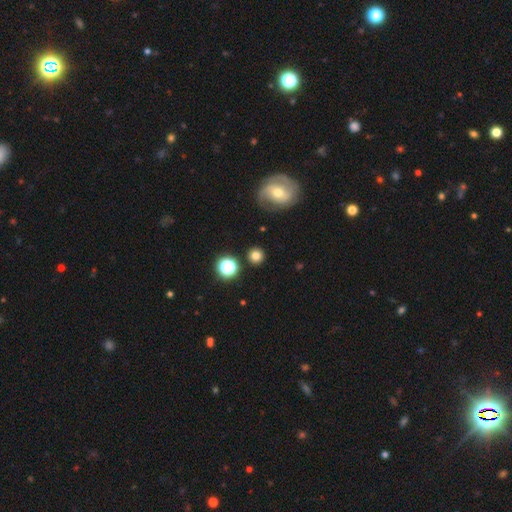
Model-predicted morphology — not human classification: Smooth or featured: smooth — 77% (star or artifact — 15%)
How rounded: round — 92% (in between — 7%)
Merging: none — 87% (minor disturbance — 7%)